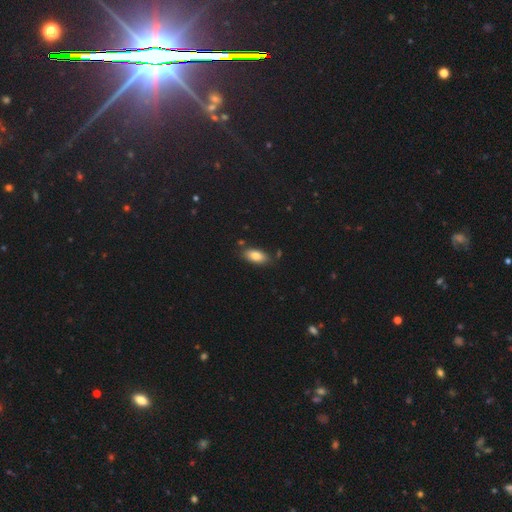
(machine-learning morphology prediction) This appears to be a smooth galaxy with no disk features (82%) that is in between round and cigar-shaped (90%). Merging: none (80%).